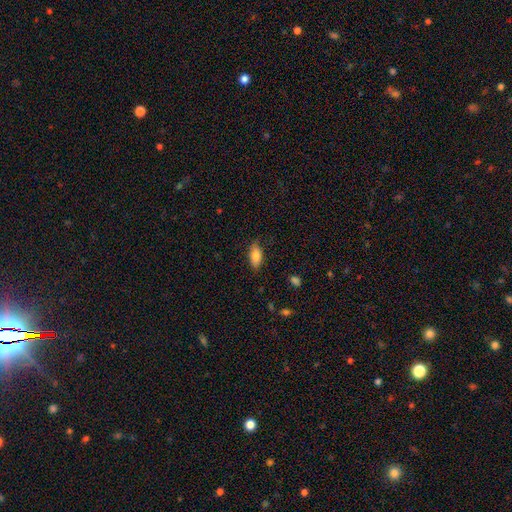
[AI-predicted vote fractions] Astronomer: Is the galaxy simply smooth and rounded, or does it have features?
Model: smooth — 83%.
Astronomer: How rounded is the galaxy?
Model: in between — 88%.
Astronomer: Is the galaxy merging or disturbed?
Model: none — 82%.